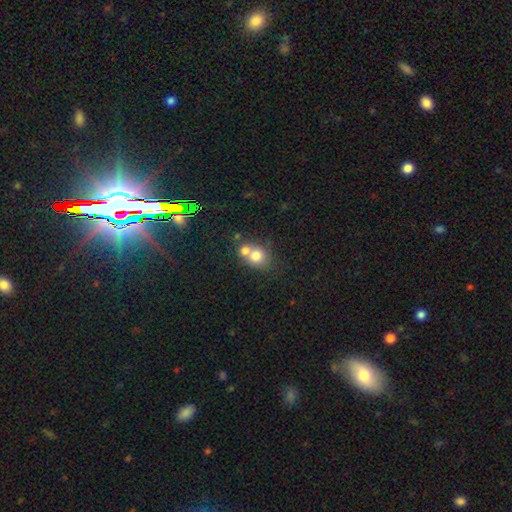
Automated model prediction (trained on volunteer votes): This is likely a smooth galaxy (75%). How rounded: likely round (74%). Merging: possibly merger (54%).